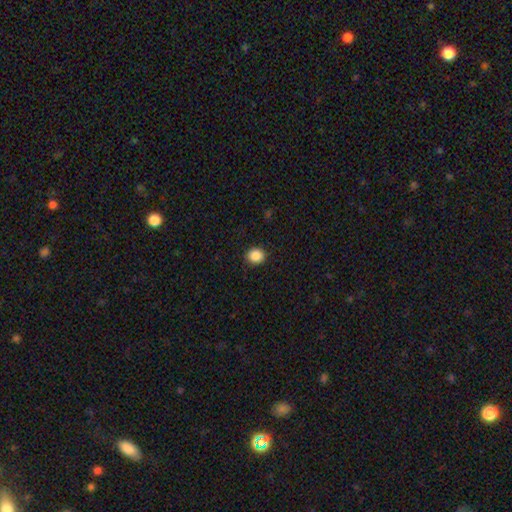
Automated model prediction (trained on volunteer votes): smooth-or-featured: smooth: 88% | star or artifact: 9% | featured or disk: 3%
  how-rounded: round: 83% | in between: 16% | cigar-shaped: 1%
  merging: none: 91% | minor disturbance: 6% | major disturbance: 2% | merger: 1%